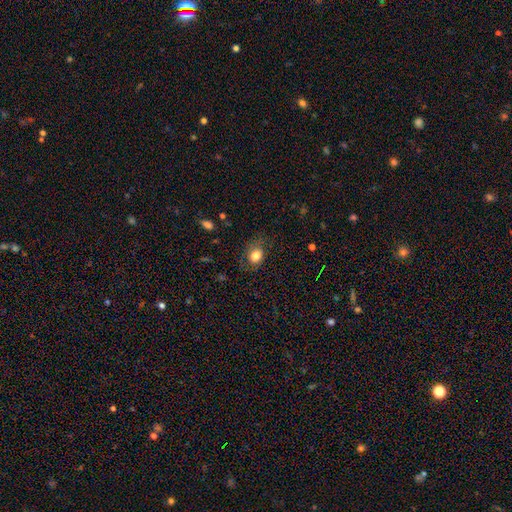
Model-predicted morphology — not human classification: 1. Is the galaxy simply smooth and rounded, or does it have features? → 80% smooth, 11% featured or disk, 9% star or artifact.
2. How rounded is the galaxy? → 60% in between, 39% round, 1% cigar-shaped.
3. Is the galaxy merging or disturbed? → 70% none, 21% minor disturbance, 8% major disturbance, 1% merger.